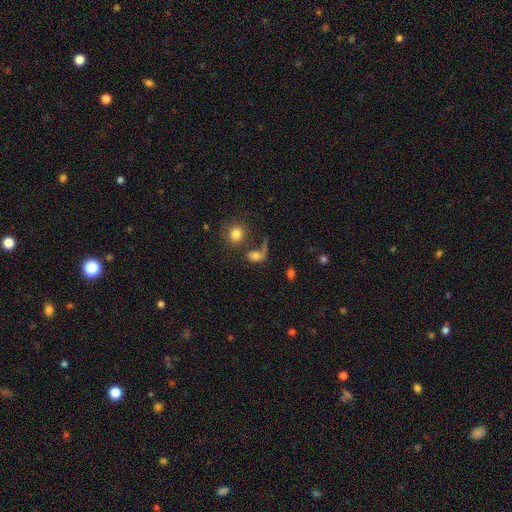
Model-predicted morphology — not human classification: smooth_or_featured: smooth (p=0.63) [alt: featured or disk p=0.24]
how_rounded: in between (p=0.63) [alt: round p=0.33]
merging: major disturbance (p=0.31) [alt: none p=0.30]